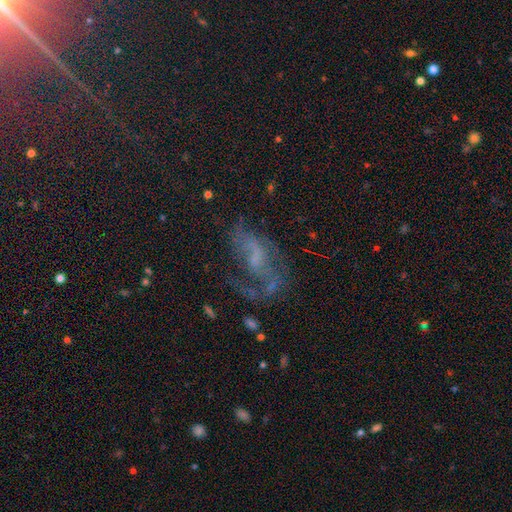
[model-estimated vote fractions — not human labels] Smooth or featured: featured or disk — 58% (star or artifact — 23%)
Edge-on disk: no — 94% (yes — 6%)
Bar: no — 59% (weak — 32%)
Spiral arms: yes — 61% (no — 39%)
Bulge size: none — 38% (small — 36%)
Merging: major disturbance — 39% (none — 37%)